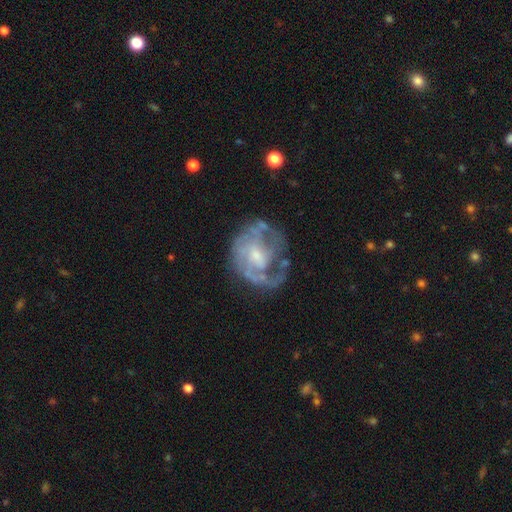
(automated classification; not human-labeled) Smooth or featured: featured or disk — 80% (smooth — 13%)
Edge-on disk: no — 98% (yes — 2%)
Bar: no — 57% (weak — 36%)
Spiral arms: yes — 81% (no — 19%)
Spiral winding: tight — 46% (medium — 37%)
Spiral arm count: can't tell — 33% (2 — 26%)
Bulge size: small — 46% (moderate — 40%)
Merging: none — 55% (major disturbance — 21%)